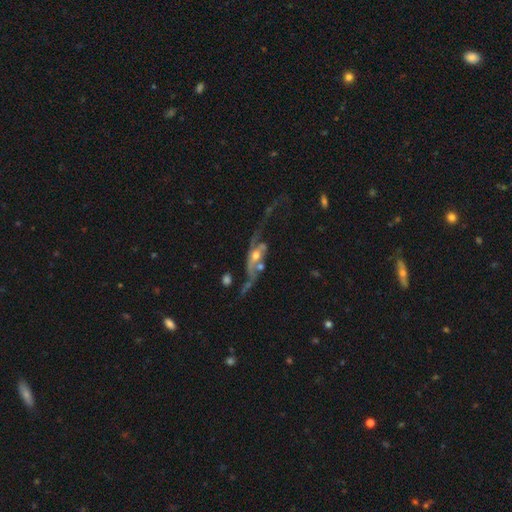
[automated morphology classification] The model was most divided on "merging": major disturbance: 39%, none: 24%, merger: 21%, minor disturbance: 16%. More confident: edge-on disk — no (78%); smooth or featured — featured or disk (75%); spiral arms — yes (68%); bar — no (64%); bulge size — moderate (62%).